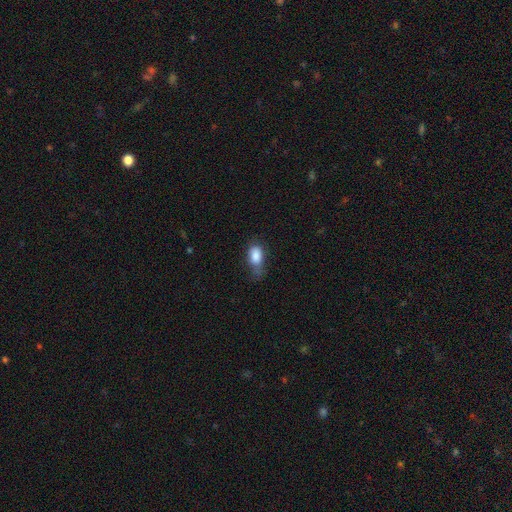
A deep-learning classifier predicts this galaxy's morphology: smooth 84%, star or artifact 8%, featured or disk 8%. Down the decision tree: how rounded — in between (87%); merging — none (40%).